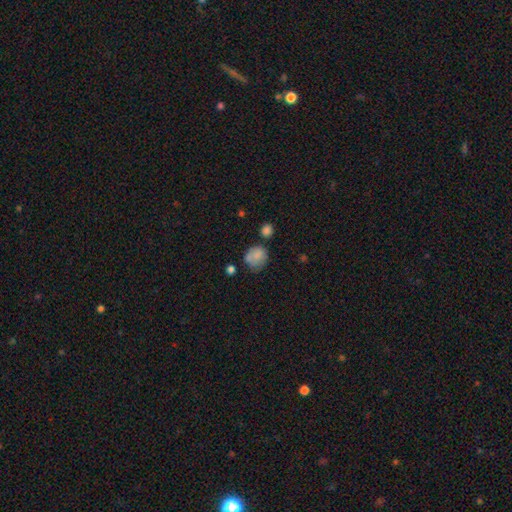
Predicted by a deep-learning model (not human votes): Smooth or featured? smooth (78%)
How rounded? round (70%)
Merging? none (51%)